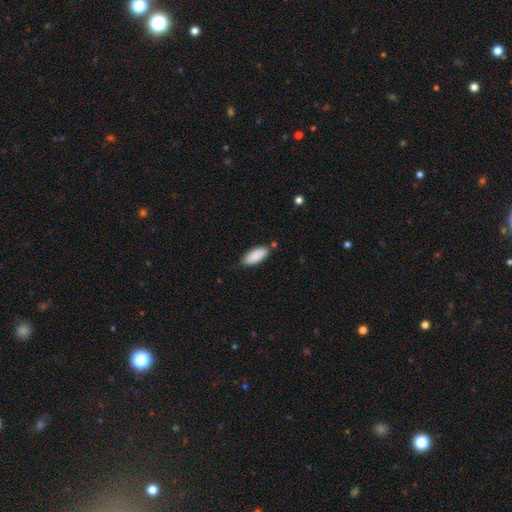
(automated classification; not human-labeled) A smooth galaxy with no disk features (90%) that is in between round and cigar-shaped (86%).

Vote fractions:
- Smooth or featured? smooth: 90% / star or artifact: 6% / featured or disk: 4%
- How rounded? in between: 86% / cigar-shaped: 12% / round: 2%
- Merging? none: 80% / minor disturbance: 14% / merger: 4% / major disturbance: 2%